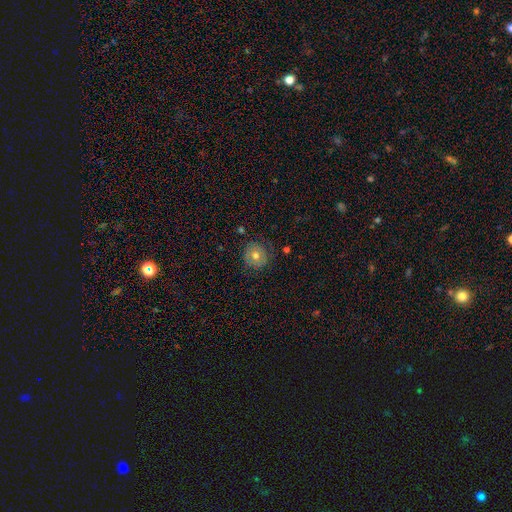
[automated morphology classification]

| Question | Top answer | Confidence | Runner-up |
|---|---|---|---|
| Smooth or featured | smooth | 58% | featured or disk (31%) |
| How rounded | round | 92% | in between (7%) |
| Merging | none | 81% | minor disturbance (13%) |